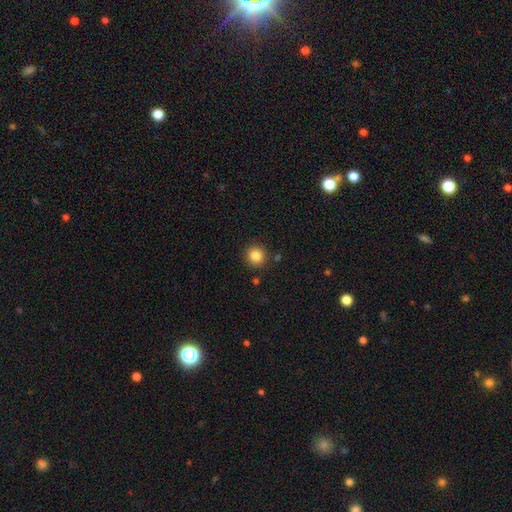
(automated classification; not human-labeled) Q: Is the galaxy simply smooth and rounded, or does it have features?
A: smooth — 85%.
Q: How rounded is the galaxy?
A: round — 93%.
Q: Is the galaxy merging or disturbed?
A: none — 89%.